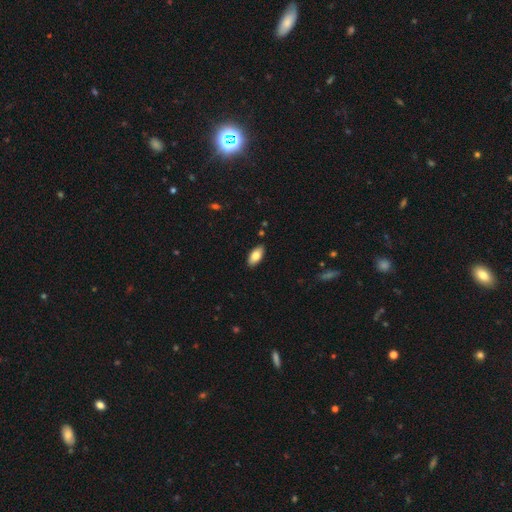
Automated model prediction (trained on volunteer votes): The model was most divided on "smooth or featured": smooth: 79%, featured or disk: 15%, star or artifact: 7%. More confident: how rounded — in between (90%); merging — none (88%).